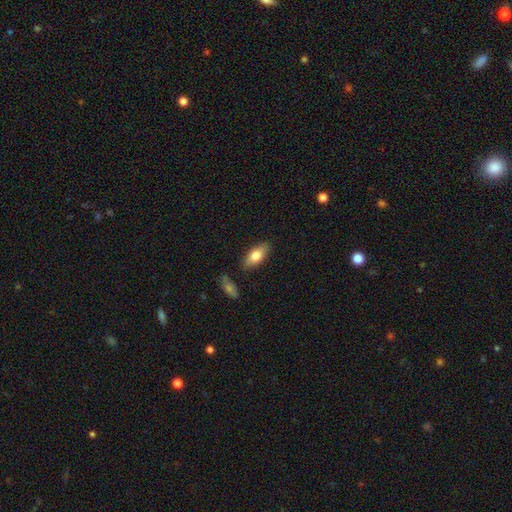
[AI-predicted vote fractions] Smooth or featured: smooth — 76% (featured or disk — 18%)
How rounded: in between — 84% (cigar-shaped — 13%)
Merging: none — 83% (minor disturbance — 12%)